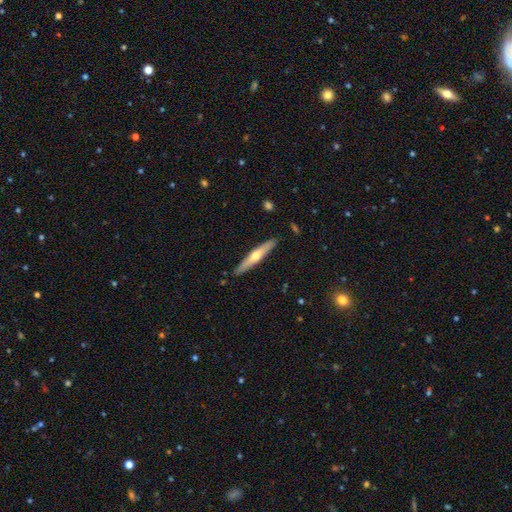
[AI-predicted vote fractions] Overall: featured or disk (56%; smooth 39%). Edge-on disk: yes (94%). Edge-on bulge: rounded (86%). Merging: none (89%).